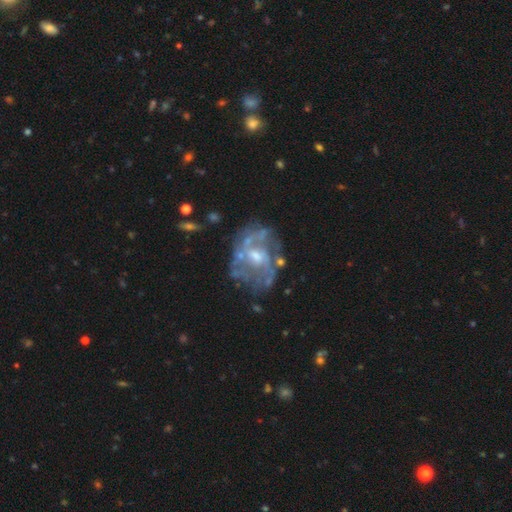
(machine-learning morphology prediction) smooth-or-featured: featured or disk: 81% | smooth: 11% | star or artifact: 8%
  disk-edge-on: no: 97% | yes: 3%
    bar: no: 60% | weak: 33% | strong: 7%
    has-spiral-arms: yes: 63% | no: 37%
    bulge-size: moderate: 56% | small: 33% | none: 5% | large: 4% | dominant: 1%
  merging: none: 58% | minor disturbance: 20% | major disturbance: 17% | merger: 5%